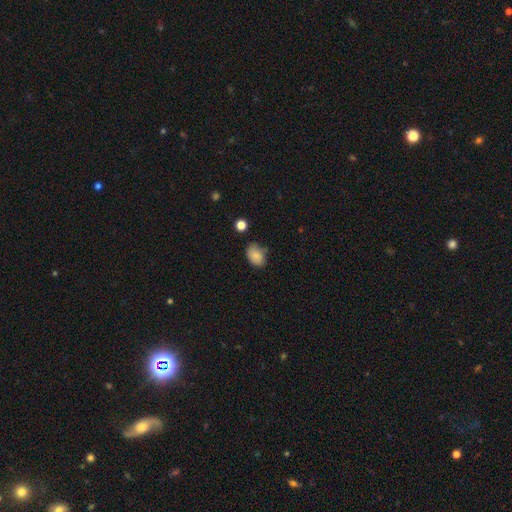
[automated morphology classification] smooth_or_featured: smooth (p=0.85) [alt: star or artifact p=0.08]
how_rounded: in between (p=0.82) [alt: round p=0.17]
merging: none (p=0.64) [alt: minor disturbance p=0.26]